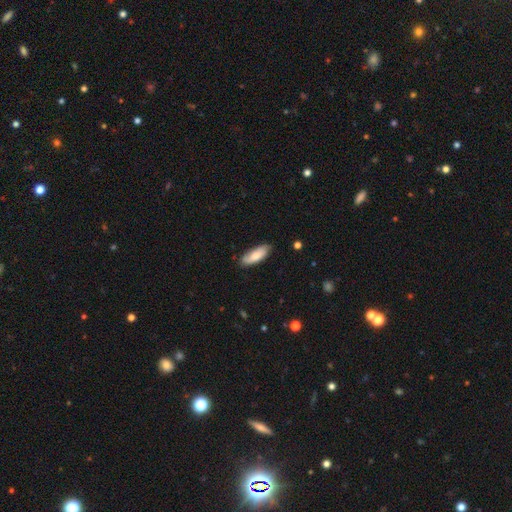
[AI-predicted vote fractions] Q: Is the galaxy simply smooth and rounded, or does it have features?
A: smooth — 76%.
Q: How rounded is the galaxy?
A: in between — 69%.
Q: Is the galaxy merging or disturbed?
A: none — 79%.